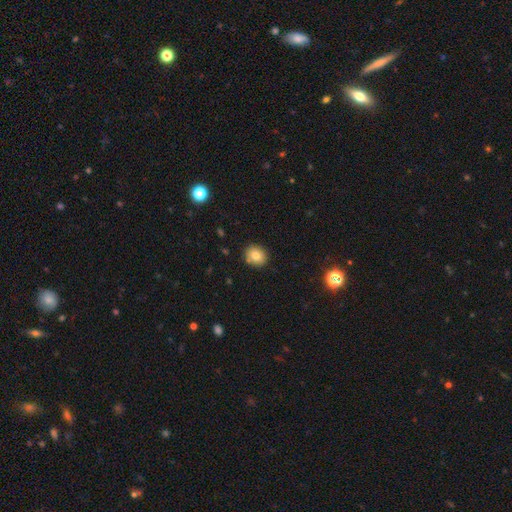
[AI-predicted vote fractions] smooth-or-featured: smooth: 79% | star or artifact: 11% | featured or disk: 10%
  how-rounded: round: 73% | in between: 26% | cigar-shaped: 1%
  merging: none: 87% | minor disturbance: 9% | merger: 3% | major disturbance: 2%